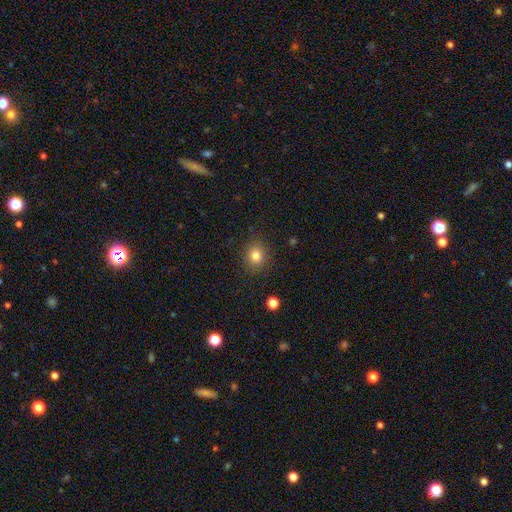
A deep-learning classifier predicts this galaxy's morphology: This appears to be a smooth galaxy with no disk features (82%) that is round (77%). Merging: none (86%).